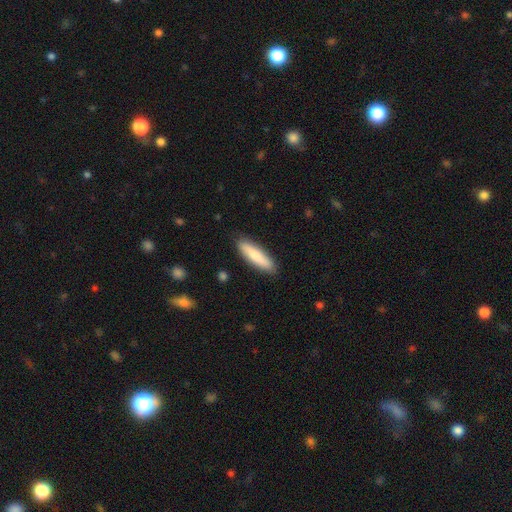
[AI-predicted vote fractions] This is likely a smooth galaxy (77%). How rounded: likely cigar-shaped (72%). Merging: clearly none (87%).